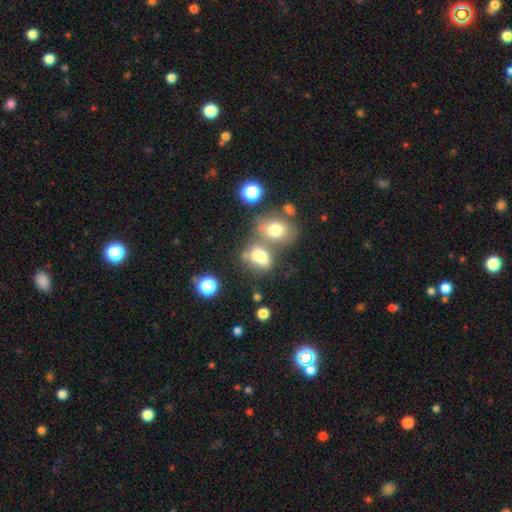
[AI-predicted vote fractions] smooth_or_featured: smooth (p=0.72) [alt: star or artifact p=0.15]
how_rounded: in between (p=0.70) [alt: round p=0.28]
merging: merger (p=0.41) [alt: none p=0.38]